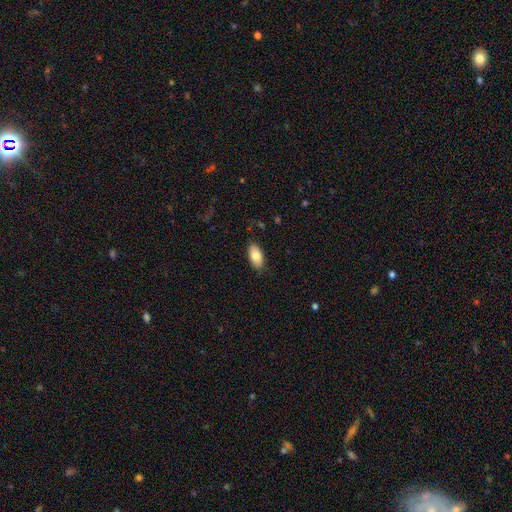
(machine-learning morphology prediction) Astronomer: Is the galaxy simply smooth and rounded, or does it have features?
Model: smooth — 80%.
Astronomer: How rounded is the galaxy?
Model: in between — 93%.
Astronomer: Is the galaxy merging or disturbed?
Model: none — 85%.